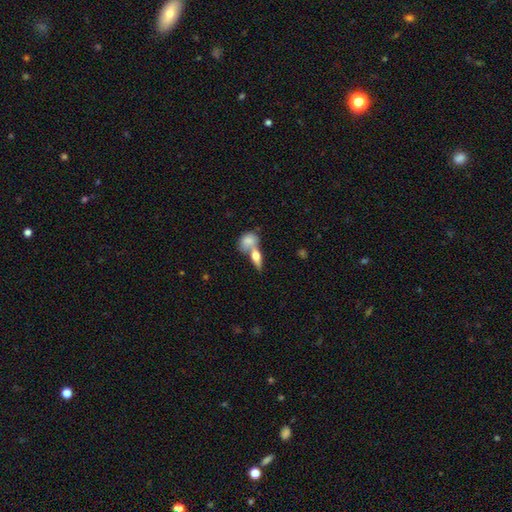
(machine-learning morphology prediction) smooth_or_featured: smooth (p=0.61) [alt: featured or disk p=0.32]
how_rounded: in between (p=0.67) [alt: cigar-shaped p=0.24]
merging: merger (p=0.55) [alt: none p=0.33]